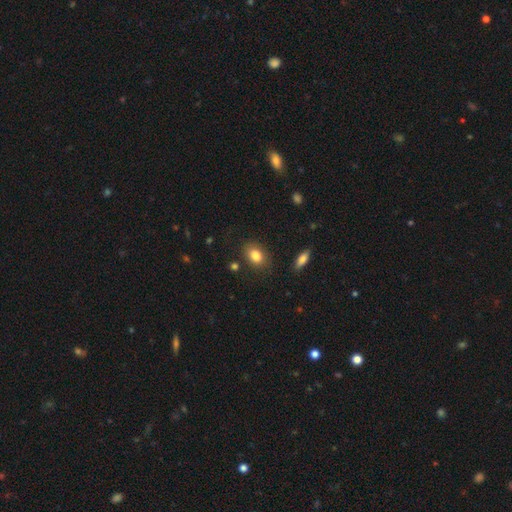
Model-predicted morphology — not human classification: Q: Smooth or featured?
A: smooth (83%); runner-up: featured or disk (9%)
Q: How rounded?
A: in between (76%); runner-up: round (22%)
Q: Merging?
A: none (81%); runner-up: minor disturbance (13%)